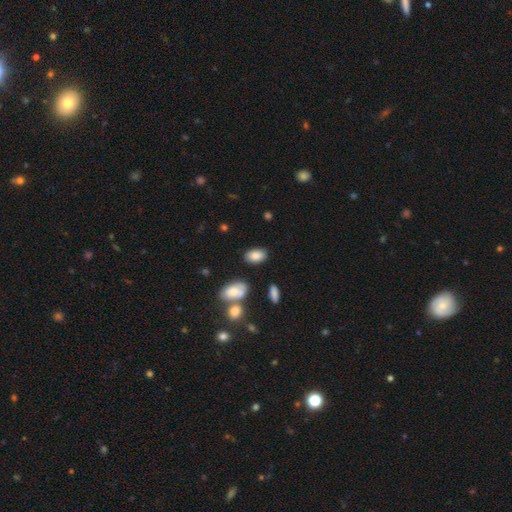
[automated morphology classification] Smooth or featured: smooth — 85% (star or artifact — 8%)
How rounded: in between — 91% (round — 8%)
Merging: none — 79% (minor disturbance — 13%)